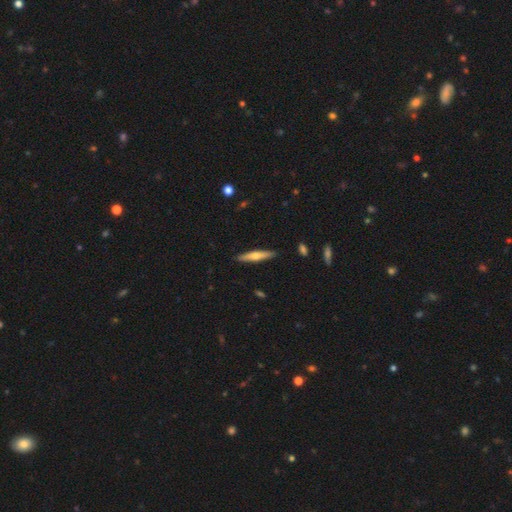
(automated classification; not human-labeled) Smooth or featured: featured or disk — 48% (smooth — 46%)
Merging: none — 90% (minor disturbance — 7%)